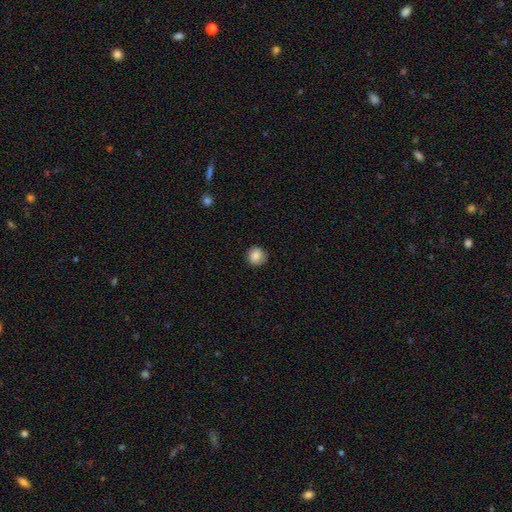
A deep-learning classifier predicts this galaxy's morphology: A smooth galaxy with no disk features (85%) that is round (89%).

Vote fractions:
- Smooth or featured? smooth: 85% / star or artifact: 9% / featured or disk: 6%
- How rounded? round: 89% / in between: 10% / cigar-shaped: 1%
- Merging? none: 85% / minor disturbance: 11% / major disturbance: 3% / merger: 1%